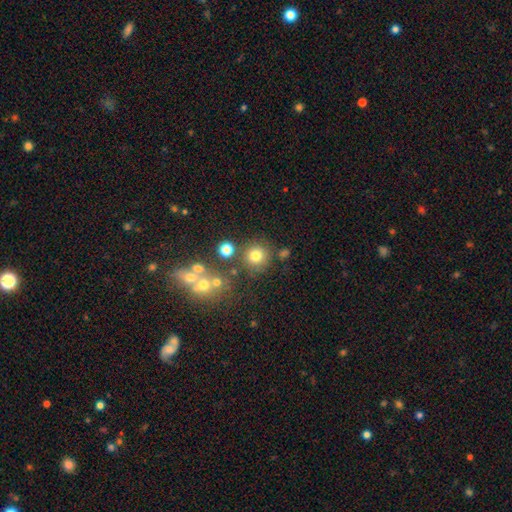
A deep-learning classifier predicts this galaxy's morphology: A smooth galaxy with no disk features (75%) that is round (92%).

Vote fractions:
- Smooth or featured? smooth: 75% / star or artifact: 16% / featured or disk: 10%
- How rounded? round: 92% / in between: 7% / cigar-shaped: 1%
- Merging? none: 76% / merger: 10% / minor disturbance: 9% / major disturbance: 5%